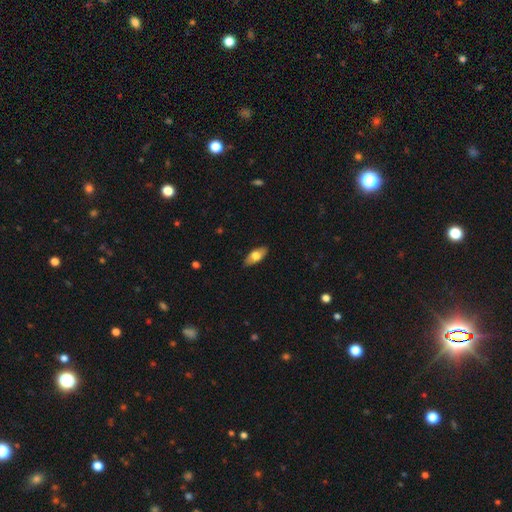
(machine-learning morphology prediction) This is likely a smooth galaxy (66%). How rounded: clearly in between (82%). Merging: clearly none (86%).